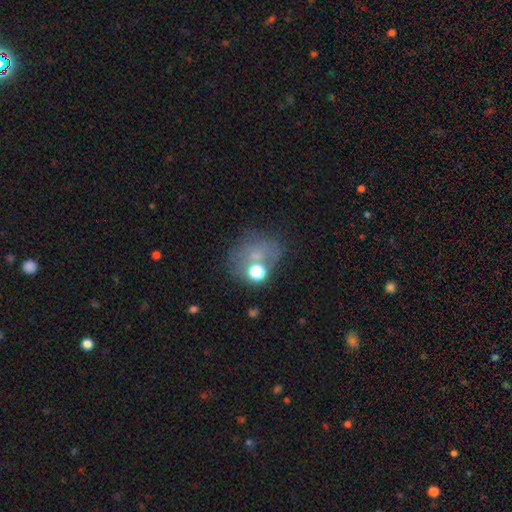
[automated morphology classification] Smooth or featured? smooth (49%)
Merging? none (54%)